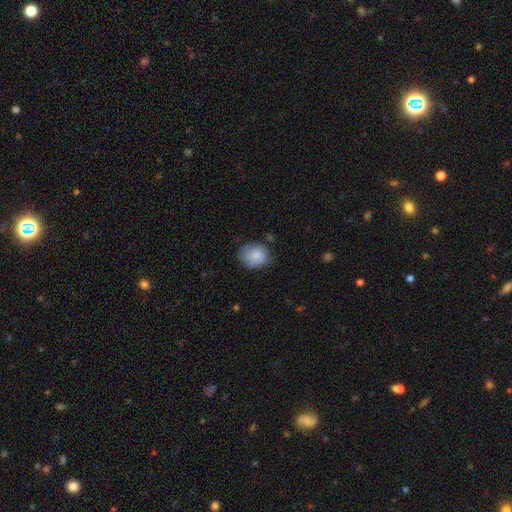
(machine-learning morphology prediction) Smooth or featured?
  - smooth: 83% *
  - featured or disk: 10%
  - star or artifact: 7%
How rounded?
  - round: 53% *
  - in between: 46%
  - cigar-shaped: 1%
Merging?
  - none: 68% *
  - minor disturbance: 24%
  - major disturbance: 6%
  - merger: 2%